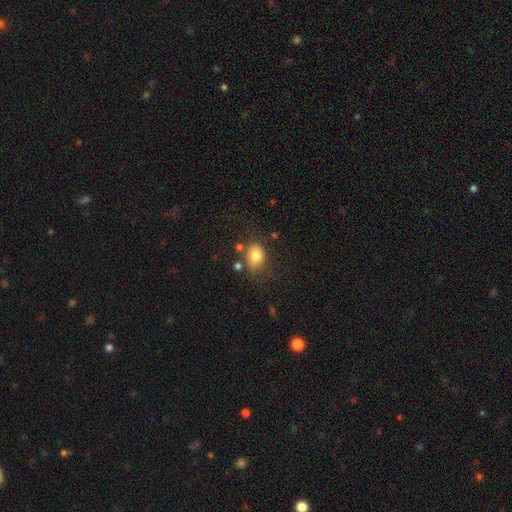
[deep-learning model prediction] Smooth or featured?
  - smooth: 80% *
  - star or artifact: 10%
  - featured or disk: 10%
How rounded?
  - in between: 60% *
  - round: 39%
  - cigar-shaped: 1%
Merging?
  - none: 68% *
  - minor disturbance: 18%
  - merger: 7%
  - major disturbance: 6%